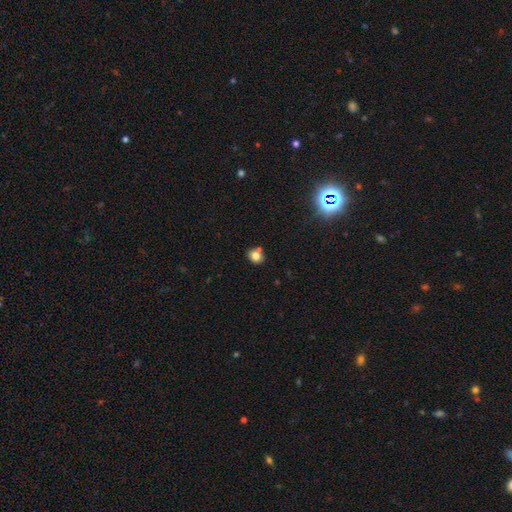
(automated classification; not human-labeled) Morphology: type=smooth (79%); roundness=round (63%); merging=none (69%).